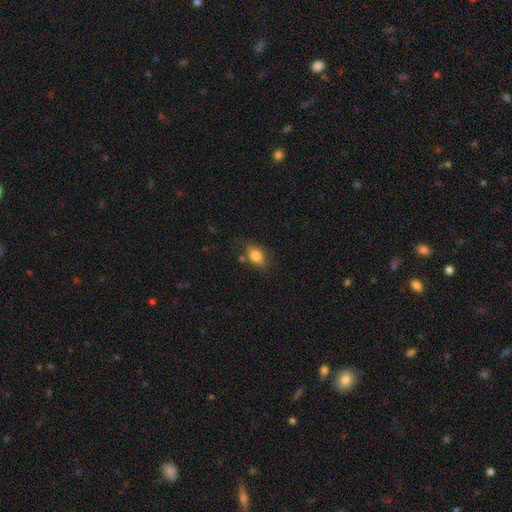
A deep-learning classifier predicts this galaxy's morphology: smooth 82%, featured or disk 10%, star or artifact 9%. Down the decision tree: how rounded — in between (80%); merging — none (71%).